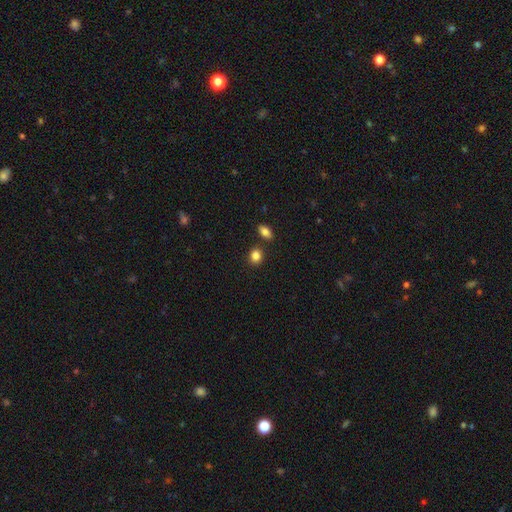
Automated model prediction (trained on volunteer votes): Q: Smooth or featured?
A: smooth (86%); runner-up: star or artifact (10%)
Q: How rounded?
A: round (63%); runner-up: in between (36%)
Q: Merging?
A: none (79%); runner-up: merger (9%)